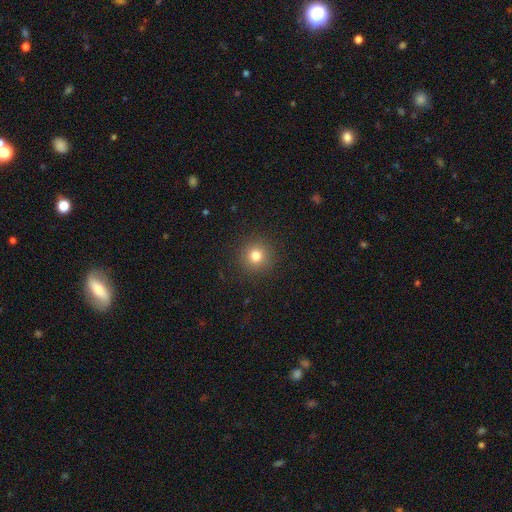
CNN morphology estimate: A smooth galaxy with no disk features (79%) that is round (95%). Merging: none (91%).